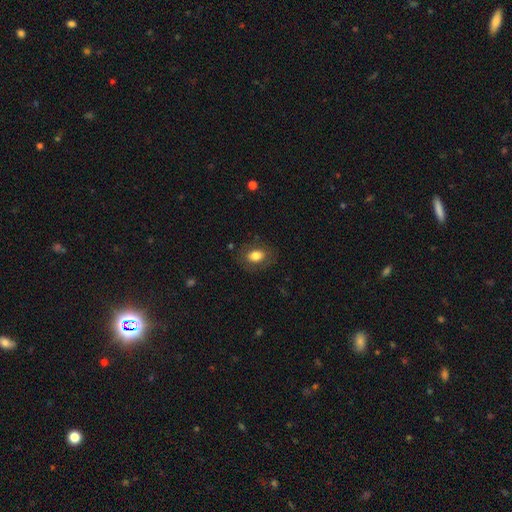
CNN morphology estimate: This is likely a smooth galaxy (77%). How rounded: likely in between (78%). Merging: likely none (80%).